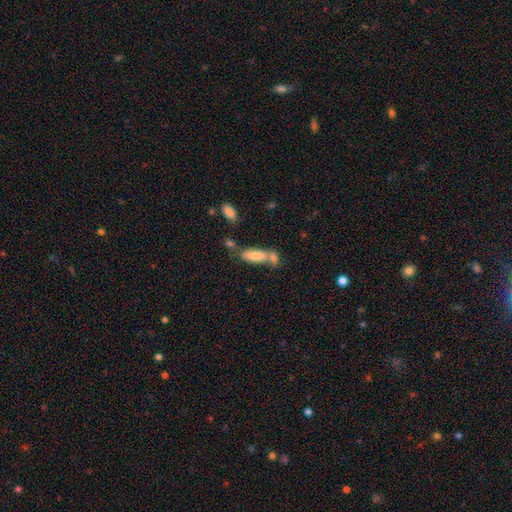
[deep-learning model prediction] This appears to be a smooth galaxy with no disk features (78%) that is in between round and cigar-shaped (61%). Merging: none (42%).